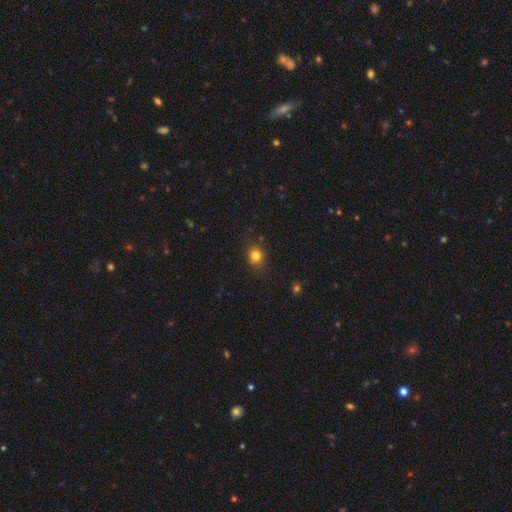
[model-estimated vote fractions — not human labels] This appears to be a smooth galaxy with no disk features (81%) that is round (74%). Merging: none (82%).